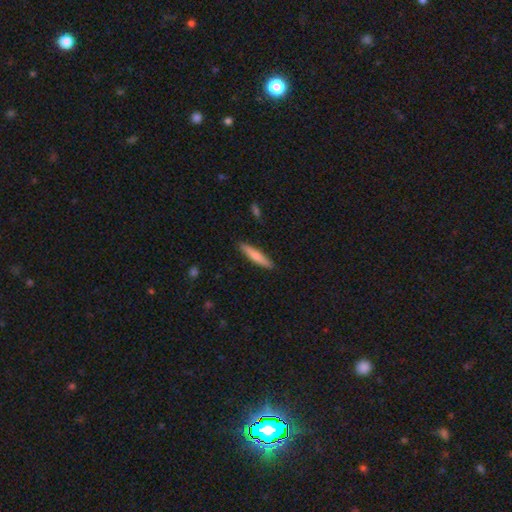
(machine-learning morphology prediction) This appears to be a smooth galaxy with no disk features (72%) that is cigar-shaped (90%). Merging: none (89%).